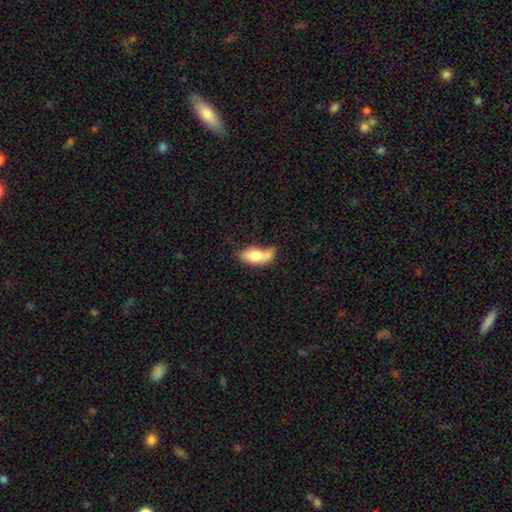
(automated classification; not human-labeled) smooth_or_featured: smooth (p=0.68) [alt: featured or disk p=0.25]
how_rounded: in between (p=0.83) [alt: cigar-shaped p=0.12]
merging: none (p=0.34) [alt: minor disturbance p=0.28]